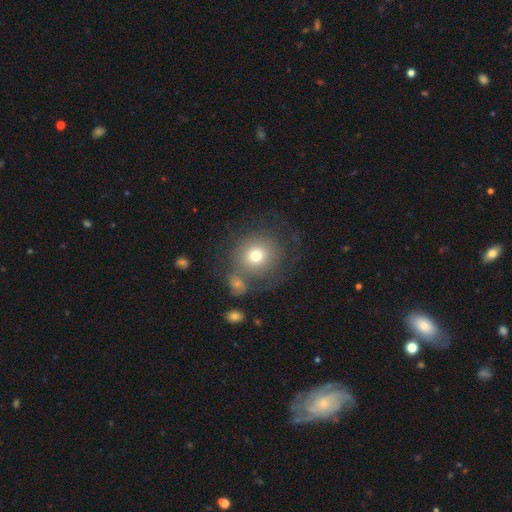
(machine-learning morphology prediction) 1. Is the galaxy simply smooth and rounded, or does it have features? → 69% smooth, 20% featured or disk, 11% star or artifact.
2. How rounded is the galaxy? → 90% round, 9% in between, 1% cigar-shaped.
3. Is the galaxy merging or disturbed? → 57% none, 17% merger, 14% minor disturbance, 13% major disturbance.